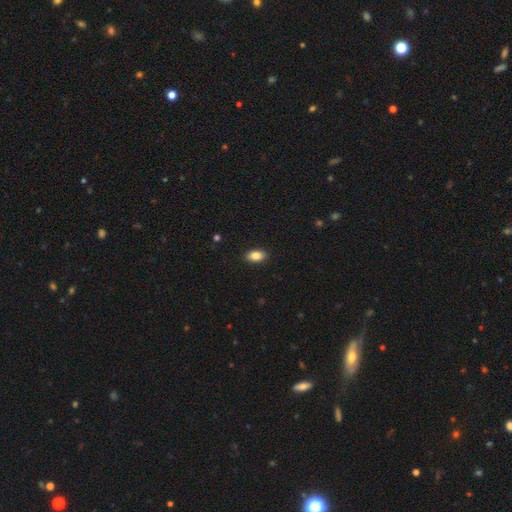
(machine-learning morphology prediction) smooth_or_featured: smooth (p=0.86) [alt: star or artifact p=0.08]
how_rounded: in between (p=0.91) [alt: round p=0.06]
merging: none (p=0.89) [alt: minor disturbance p=0.08]